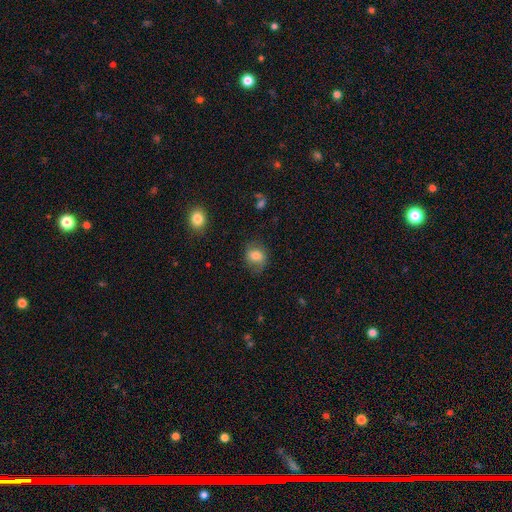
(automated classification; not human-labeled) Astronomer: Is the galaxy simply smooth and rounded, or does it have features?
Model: smooth — 75%.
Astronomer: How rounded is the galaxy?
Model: round — 62% (runner-up: in between, 37%).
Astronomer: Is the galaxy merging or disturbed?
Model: none — 71%.